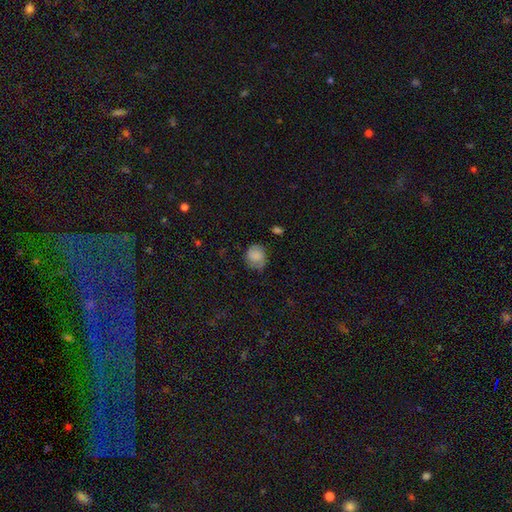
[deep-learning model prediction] Q: Smooth or featured?
A: smooth (75%); runner-up: featured or disk (17%)
Q: How rounded?
A: round (72%); runner-up: in between (27%)
Q: Merging?
A: none (59%); runner-up: minor disturbance (29%)